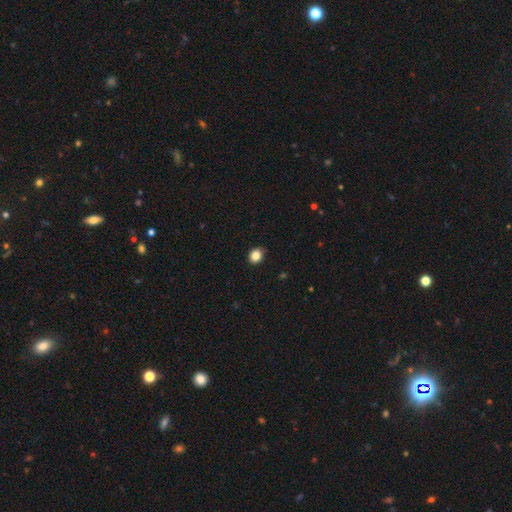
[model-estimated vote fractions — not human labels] A smooth galaxy with no disk features (85%) that is round (58%). Merging: none (88%).